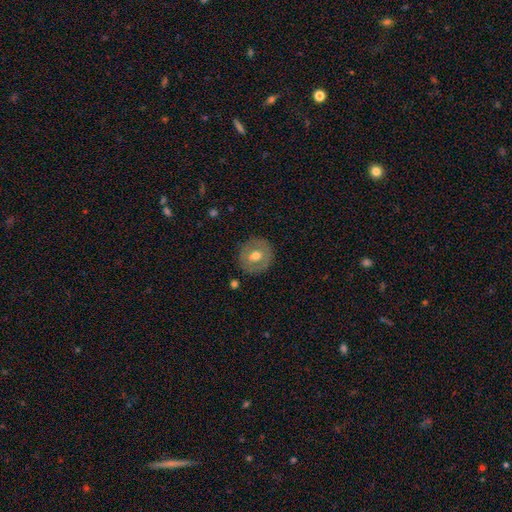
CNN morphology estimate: Smooth or featured: smooth — 54% (featured or disk — 39%)
How rounded: round — 86% (in between — 13%)
Merging: none — 86% (minor disturbance — 10%)